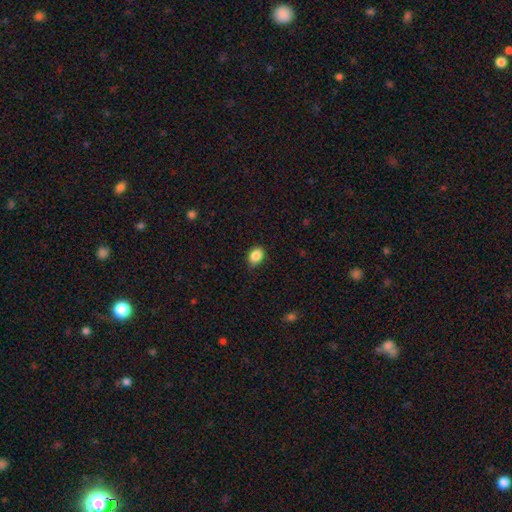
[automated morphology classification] smooth_or_featured: smooth (p=0.87) [alt: star or artifact p=0.09]
how_rounded: in between (p=0.64) [alt: round p=0.35]
merging: none (p=0.76) [alt: minor disturbance p=0.20]